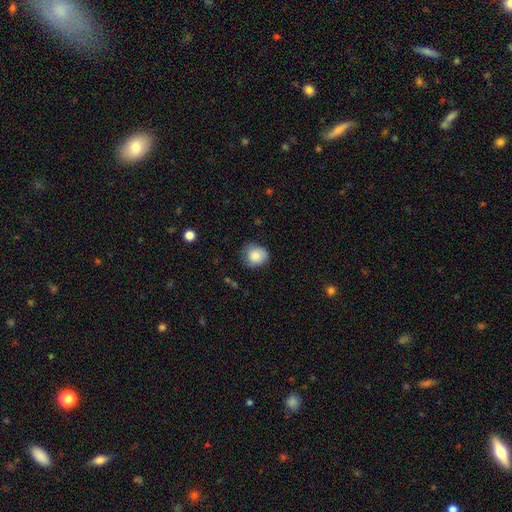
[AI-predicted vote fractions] Smooth or featured?
  - smooth: 85% *
  - star or artifact: 8%
  - featured or disk: 7%
How rounded?
  - round: 80% *
  - in between: 19%
  - cigar-shaped: 1%
Merging?
  - none: 71% *
  - minor disturbance: 23%
  - major disturbance: 5%
  - merger: 1%